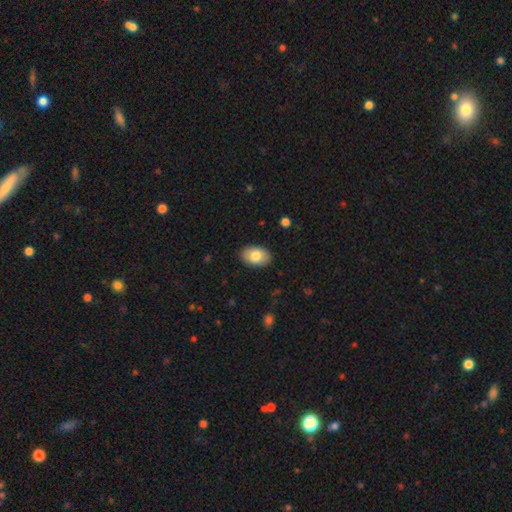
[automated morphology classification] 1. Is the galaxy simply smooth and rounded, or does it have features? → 81% smooth, 13% featured or disk, 6% star or artifact.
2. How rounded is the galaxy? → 90% in between, 9% round, 1% cigar-shaped.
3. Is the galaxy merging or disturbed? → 89% none, 9% minor disturbance, 2% major disturbance, 1% merger.